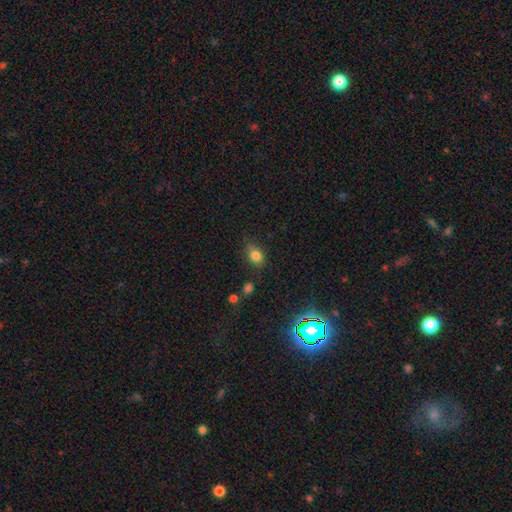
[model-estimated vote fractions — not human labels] A smooth galaxy with no disk features (81%) that is in between round and cigar-shaped (70%). Merging: none (78%).